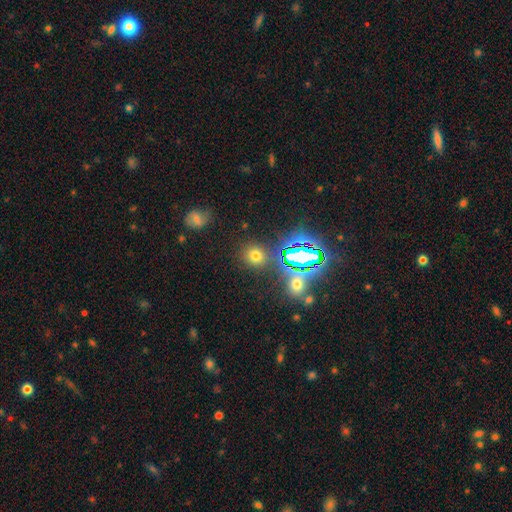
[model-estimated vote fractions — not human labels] Smooth or featured? Predicted: smooth (p=0.63). How rounded? Predicted: round (p=0.83). Merging? Predicted: none (p=0.82).